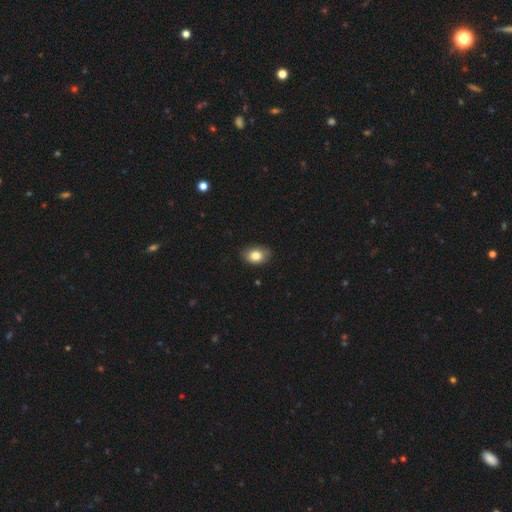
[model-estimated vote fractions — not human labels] smooth-or-featured: smooth: 83% | featured or disk: 8% | star or artifact: 8%
  how-rounded: in between: 77% | round: 22% | cigar-shaped: 1%
  merging: none: 79% | minor disturbance: 18% | major disturbance: 3% | merger: 1%